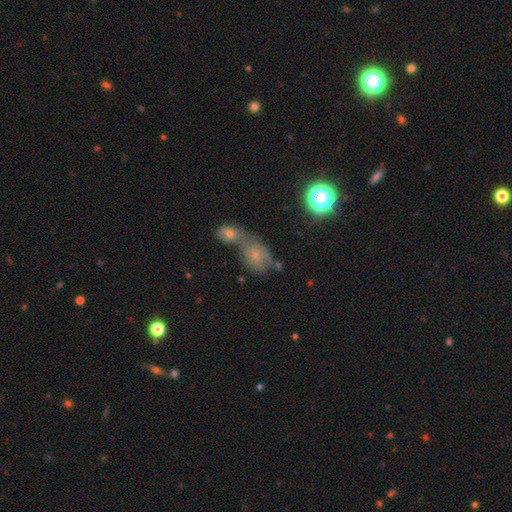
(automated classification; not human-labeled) Smooth or featured: smooth — 63% (featured or disk — 23%)
How rounded: in between — 69% (round — 28%)
Merging: merger — 60% (none — 24%)